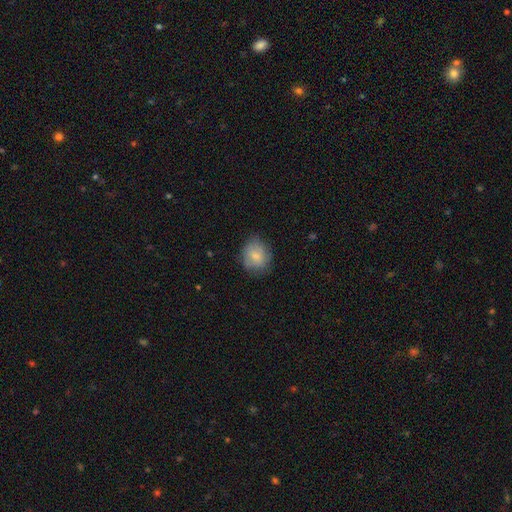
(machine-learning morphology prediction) Overall: smooth (77%). How rounded: round (69%; in between 30%). Merging: none (73%).